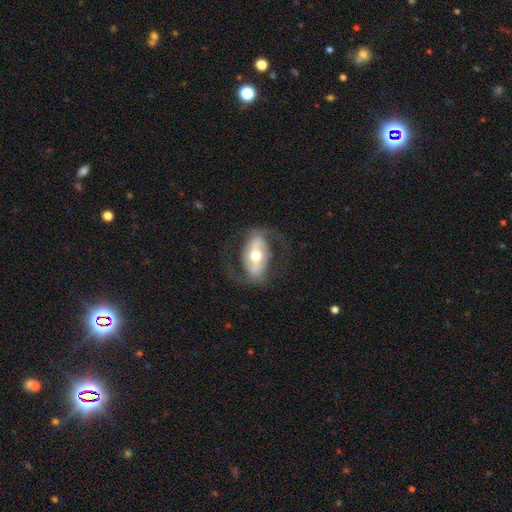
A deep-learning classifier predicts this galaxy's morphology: The model was most divided on "spiral winding": medium: 45%, loose: 37%, tight: 17%. Remaining: edge-on disk — no (92%); spiral arm count — 2 (86%); spiral arms — yes (76%); smooth or featured — featured or disk (74%); bulge size — moderate (72%); merging — none (70%); bar — strong (46%).